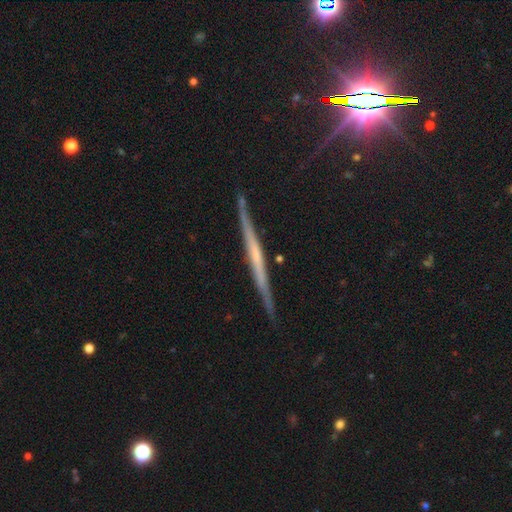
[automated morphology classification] smooth-or-featured: featured or disk: 68% | smooth: 23% | star or artifact: 8%
  disk-edge-on: yes: 97% | no: 3%
    edge-on-bulge: none: 73% | rounded: 18% | boxy: 9%
  merging: none: 87% | minor disturbance: 10% | major disturbance: 2% | merger: 2%